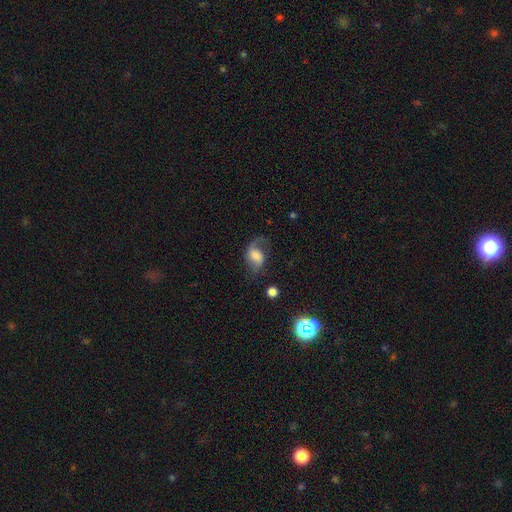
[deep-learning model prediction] Smooth or featured? Predicted: featured or disk (p=0.60). Edge-on disk? Predicted: no (p=0.97). Bar? Predicted: weak (p=0.44). Spiral arms? Predicted: yes (p=0.90). Spiral winding? Predicted: loose (p=0.64). Spiral arm count? Predicted: 2 (p=0.72). Bulge size? Predicted: moderate (p=0.31). Merging? Predicted: none (p=0.52).